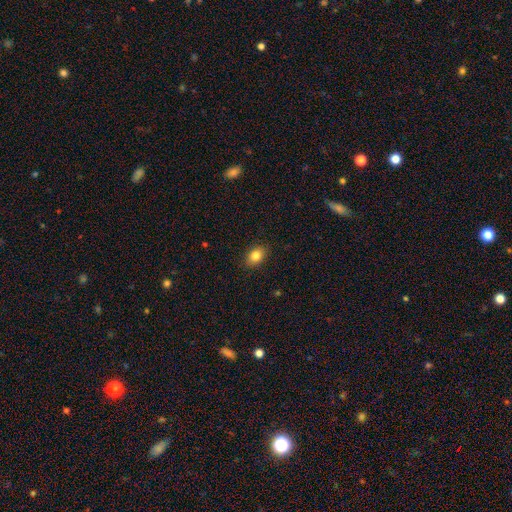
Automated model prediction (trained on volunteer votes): Smooth or featured? Predicted: smooth (p=0.83). How rounded? Predicted: in between (p=0.75). Merging? Predicted: none (p=0.88).